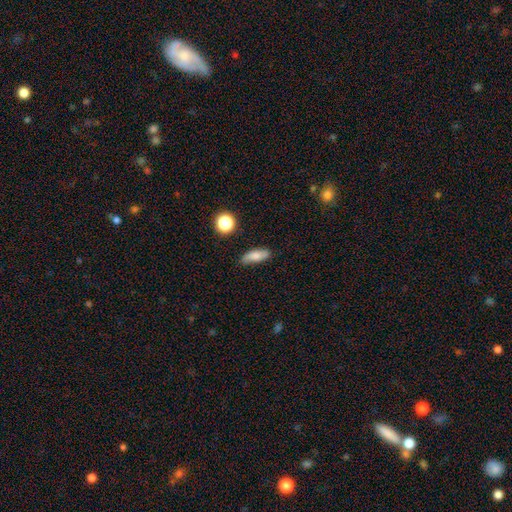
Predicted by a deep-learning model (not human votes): Q: Smooth or featured?
A: smooth (74%); runner-up: featured or disk (16%)
Q: How rounded?
A: in between (64%); runner-up: cigar-shaped (31%)
Q: Merging?
A: none (73%); runner-up: minor disturbance (21%)